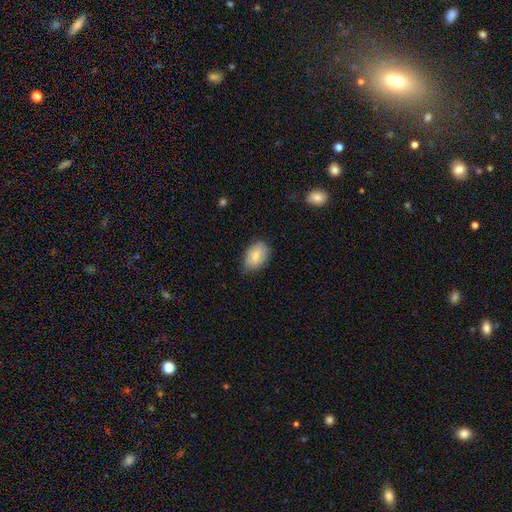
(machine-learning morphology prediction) smooth_or_featured: smooth (p=0.81) [alt: featured or disk p=0.12]
how_rounded: in between (p=0.87) [alt: round p=0.12]
merging: none (p=0.73) [alt: minor disturbance p=0.22]